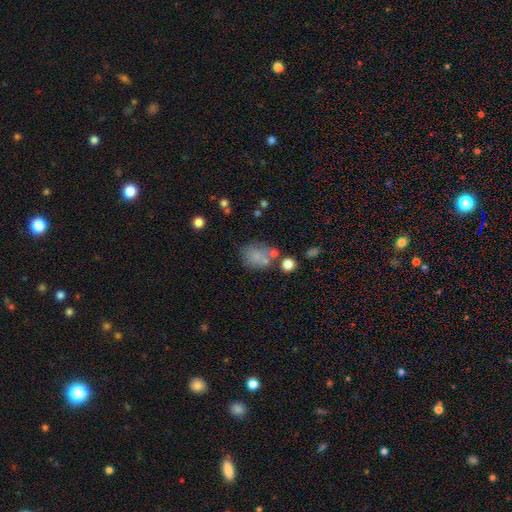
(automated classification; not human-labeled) Smooth or featured?
  - smooth: 69% *
  - featured or disk: 17%
  - star or artifact: 14%
How rounded?
  - in between: 50% *
  - round: 49%
  - cigar-shaped: 1%
Merging?
  - none: 50% *
  - minor disturbance: 20%
  - merger: 19%
  - major disturbance: 12%